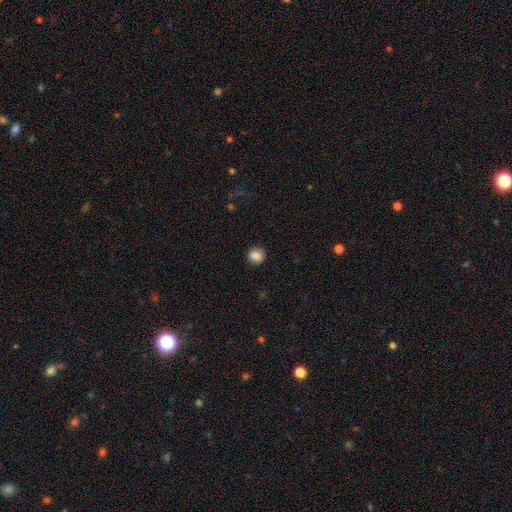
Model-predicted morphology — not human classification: Overall: smooth (84%). How rounded: round (78%). Merging: none (89%).